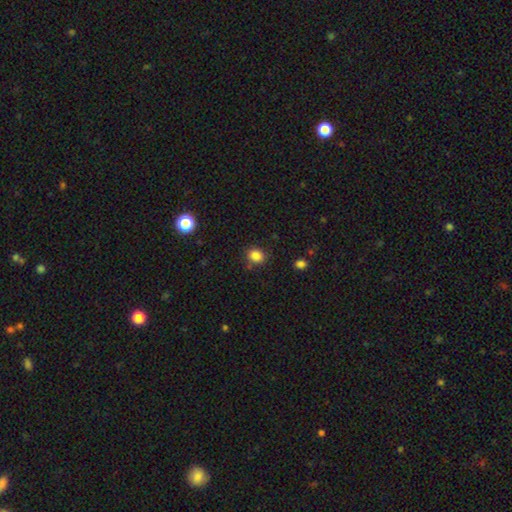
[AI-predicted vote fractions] Smooth or featured? Predicted: smooth (p=0.84). How rounded? Predicted: round (p=0.62). Merging? Predicted: none (p=0.78).